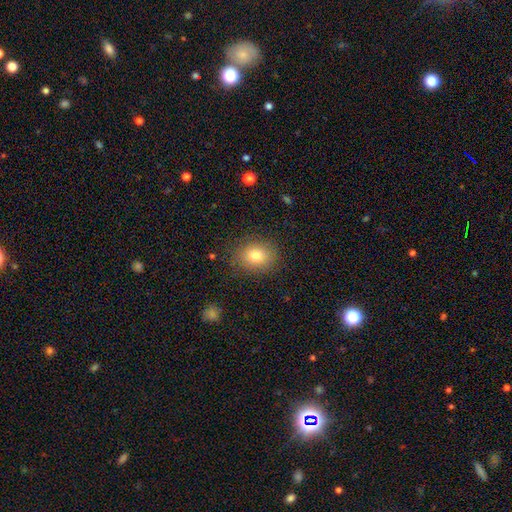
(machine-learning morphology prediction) smooth_or_featured: smooth (p=0.78) [alt: star or artifact p=0.11]
how_rounded: round (p=0.57) [alt: in between p=0.42]
merging: none (p=0.84) [alt: minor disturbance p=0.11]